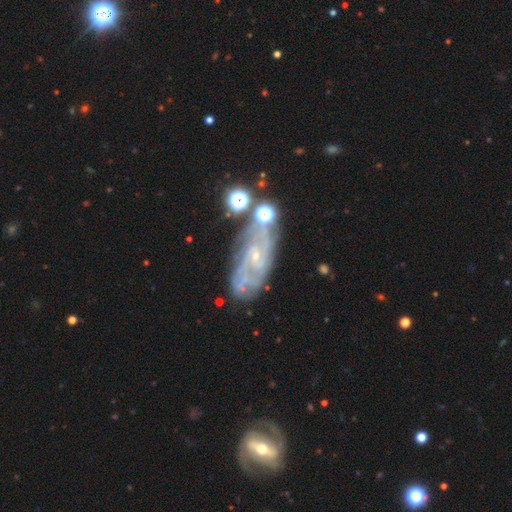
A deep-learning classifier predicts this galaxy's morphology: This is likely a featured or disk galaxy (77%). It is clearly not viewed edge-on (91%). Bar: likely no (63%). Spiral arm pattern: clearly yes (86%). Spiral arm count: possibly can't tell (47%). Spiral winding: possibly tight (55%). Central bulge: clearly small (81%). Merging: possibly none (60%).